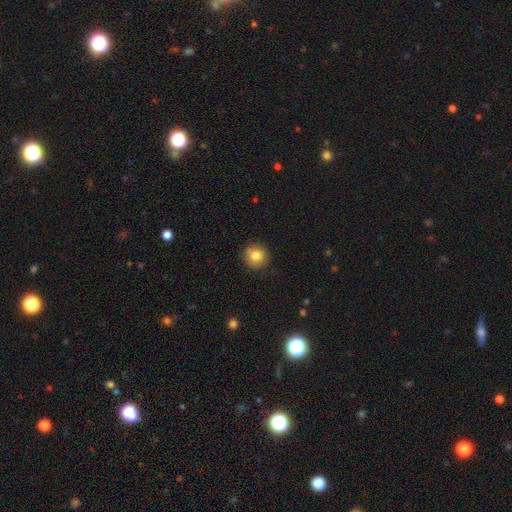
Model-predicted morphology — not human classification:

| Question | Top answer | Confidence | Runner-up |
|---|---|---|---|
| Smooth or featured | smooth | 82% | star or artifact (10%) |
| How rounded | round | 93% | in between (6%) |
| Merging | none | 90% | minor disturbance (8%) |